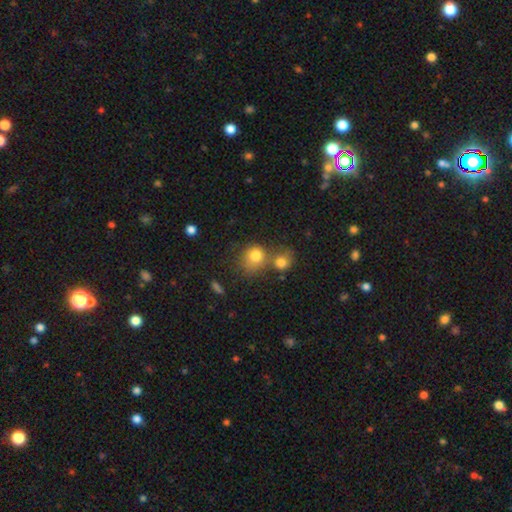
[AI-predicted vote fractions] smooth 79%, star or artifact 11%, featured or disk 10%. Down the decision tree: how rounded — round (74%); merging — merger (48%).